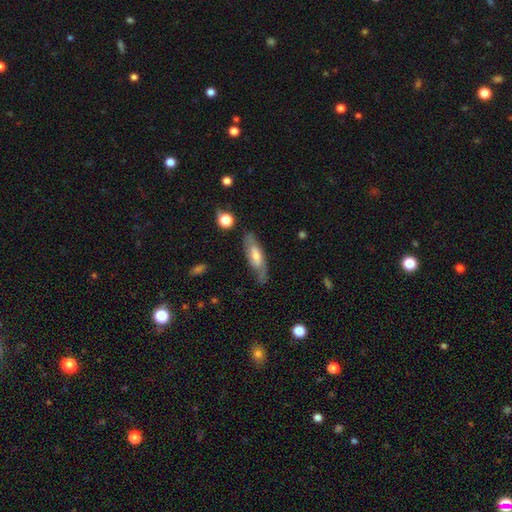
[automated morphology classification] Overall: featured or disk (51%; smooth 42%). Edge-on disk: no (63%; yes 37%). Merging: none (73%).